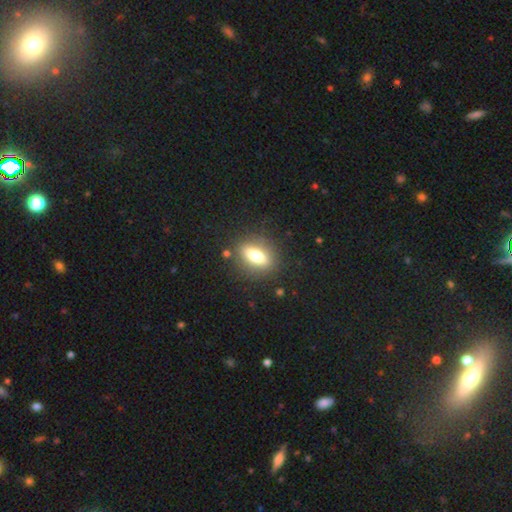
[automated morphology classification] A smooth galaxy with no disk features (65%) that is in between round and cigar-shaped (70%).

Vote fractions:
- Smooth or featured? smooth: 65% / featured or disk: 25% / star or artifact: 10%
- How rounded? in between: 70% / cigar-shaped: 17% / round: 13%
- Merging? none: 85% / minor disturbance: 9% / major disturbance: 4% / merger: 2%